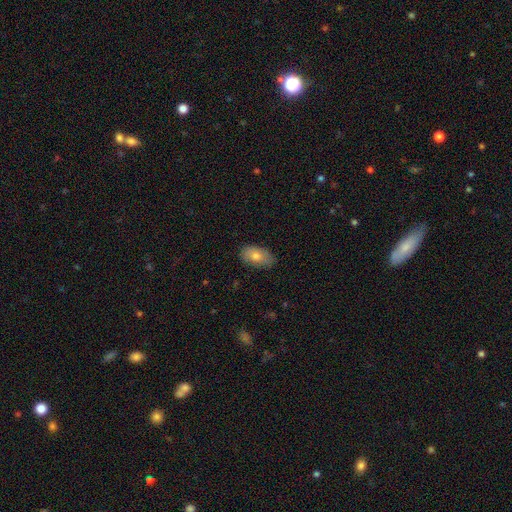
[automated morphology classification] type=smooth (76%); roundness=in between (93%); merging=none (82%).